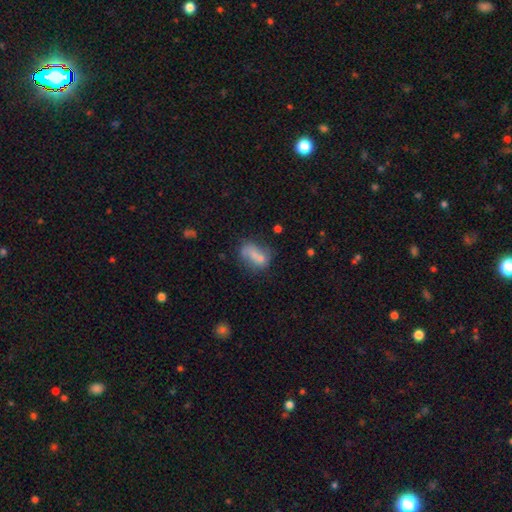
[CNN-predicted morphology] Smooth or featured? smooth (62%)
How rounded? in between (78%)
Merging? merger (45%)